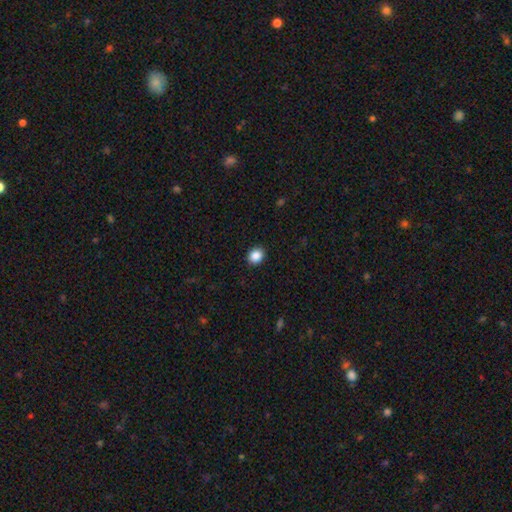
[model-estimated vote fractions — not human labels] smooth 87%, star or artifact 10%, featured or disk 3%. Down the decision tree: how rounded — round (76%); merging — none (92%).